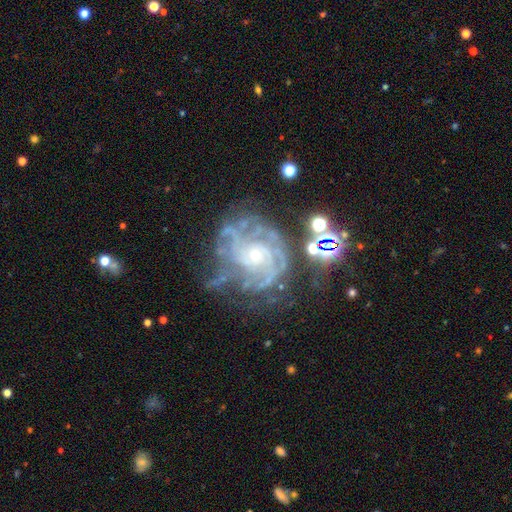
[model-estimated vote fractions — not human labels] Smooth or featured? Predicted: featured or disk (p=0.85). Edge-on disk? Predicted: no (p=0.97). Bar? Predicted: no (p=0.78). Spiral arms? Predicted: yes (p=0.93). Spiral winding? Predicted: tight (p=0.62). Spiral arm count? Predicted: can't tell (p=0.36). Bulge size? Predicted: small (p=0.76). Merging? Predicted: none (p=0.56).